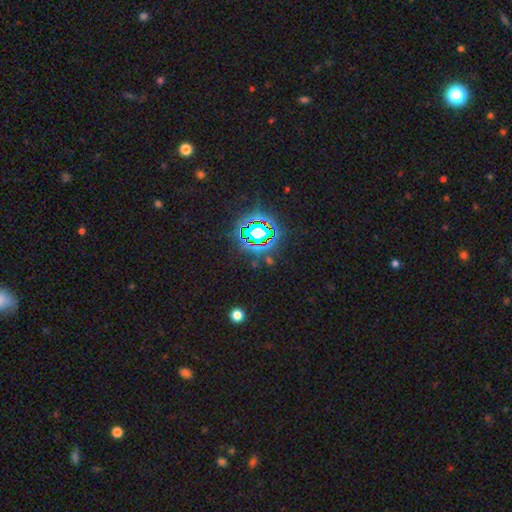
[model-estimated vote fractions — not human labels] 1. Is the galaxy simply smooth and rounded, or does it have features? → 81% star or artifact, 12% smooth, 7% featured or disk.